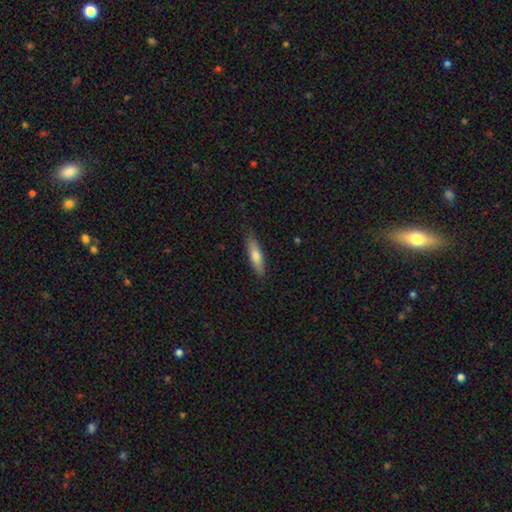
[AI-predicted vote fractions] Smooth or featured?
  - smooth: 71% *
  - featured or disk: 23%
  - star or artifact: 6%
How rounded?
  - cigar-shaped: 69% *
  - in between: 29%
  - round: 2%
Merging?
  - none: 83% *
  - minor disturbance: 13%
  - major disturbance: 2%
  - merger: 1%